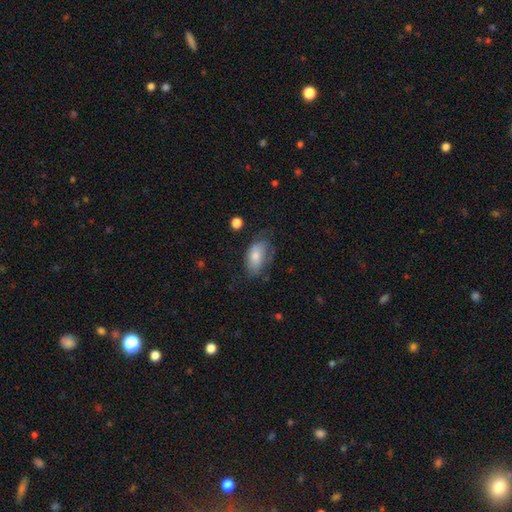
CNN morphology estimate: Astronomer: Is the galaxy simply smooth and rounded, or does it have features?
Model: smooth — 74%.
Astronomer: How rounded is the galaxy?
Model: in between — 91%.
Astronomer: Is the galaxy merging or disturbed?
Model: none — 47% (runner-up: minor disturbance, 32%).